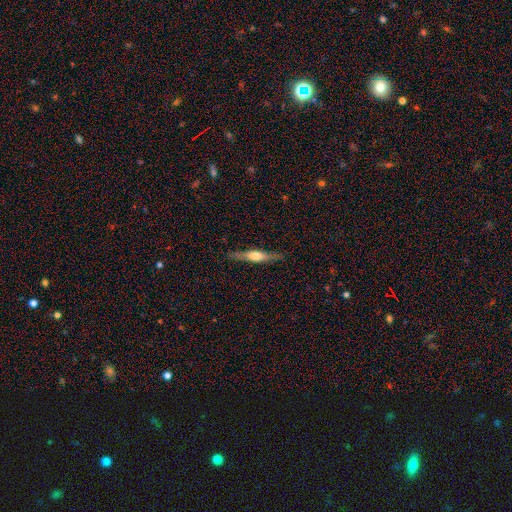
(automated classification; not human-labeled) This is likely a featured or disk galaxy (61%). It is clearly viewed edge-on (95%). Edge-on bulge: clearly rounded (85%). Merging: clearly none (87%).